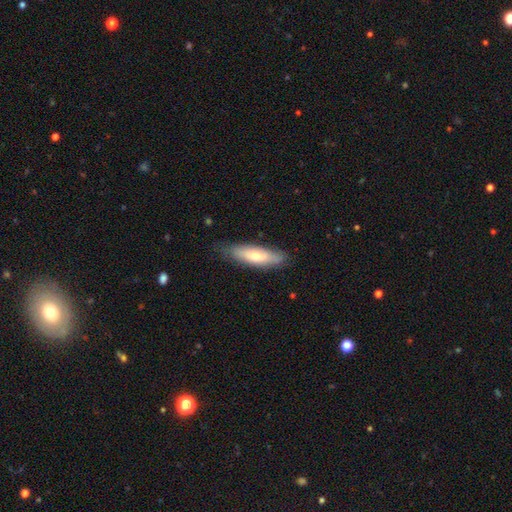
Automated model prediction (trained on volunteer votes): smooth 66%, featured or disk 29%, star or artifact 6%. Down the decision tree: how rounded — cigar-shaped (54%); merging — none (78%).